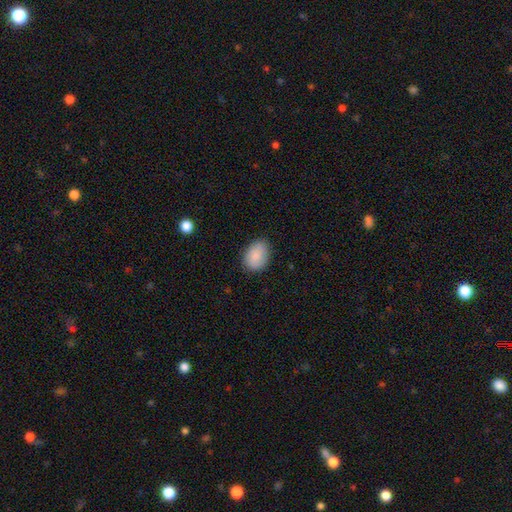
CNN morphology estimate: A smooth galaxy with no disk features (88%) that is in between round and cigar-shaped (78%). Merging: none (83%).